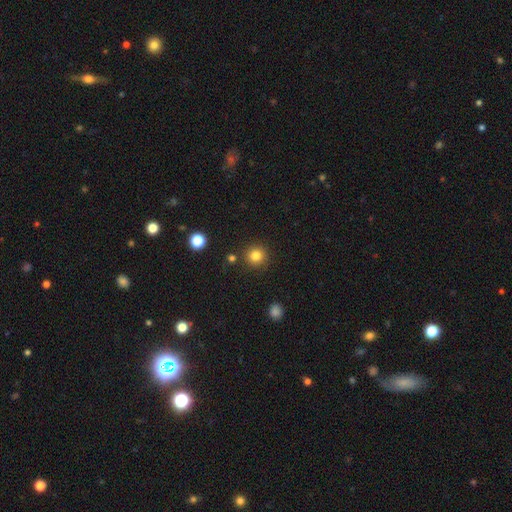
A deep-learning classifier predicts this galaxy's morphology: Smooth or featured?
  - smooth: 82% *
  - star or artifact: 12%
  - featured or disk: 5%
How rounded?
  - round: 94% *
  - in between: 5%
  - cigar-shaped: 1%
Merging?
  - none: 88% *
  - minor disturbance: 6%
  - merger: 4%
  - major disturbance: 2%